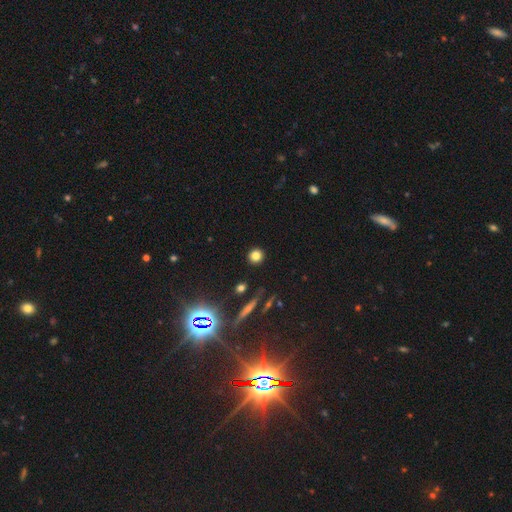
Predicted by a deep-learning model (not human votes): smooth 78%, star or artifact 15%, featured or disk 7%. Down the decision tree: how rounded — round (92%); merging — none (91%).